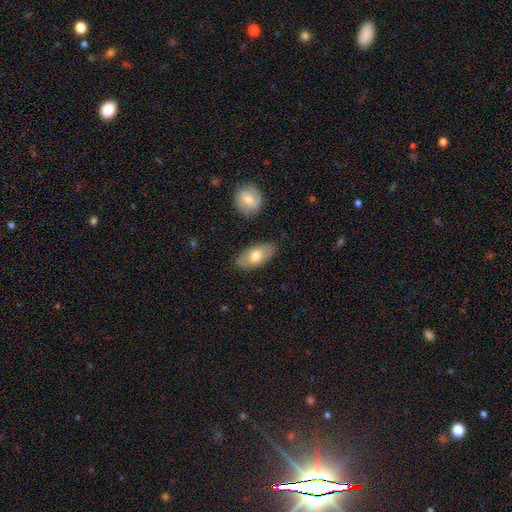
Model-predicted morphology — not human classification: type=smooth (68%); roundness=in between (92%); merging=none (82%).